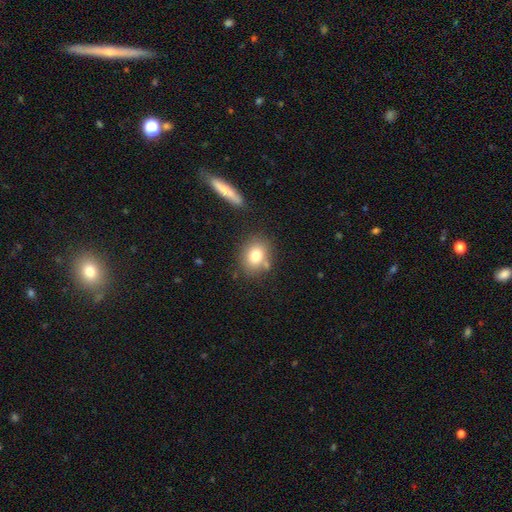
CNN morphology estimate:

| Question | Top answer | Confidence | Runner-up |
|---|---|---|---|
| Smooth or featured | smooth | 78% | featured or disk (12%) |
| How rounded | round | 52% | in between (47%) |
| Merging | none | 73% | minor disturbance (14%) |